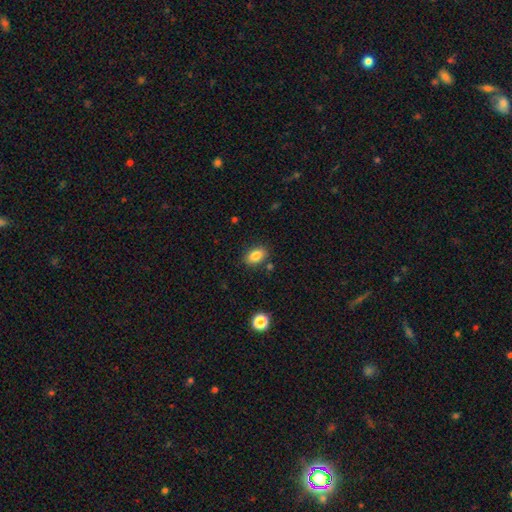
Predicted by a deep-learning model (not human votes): This appears to be a smooth galaxy with no disk features (84%) that is in between round and cigar-shaped (87%). Merging: none (84%).